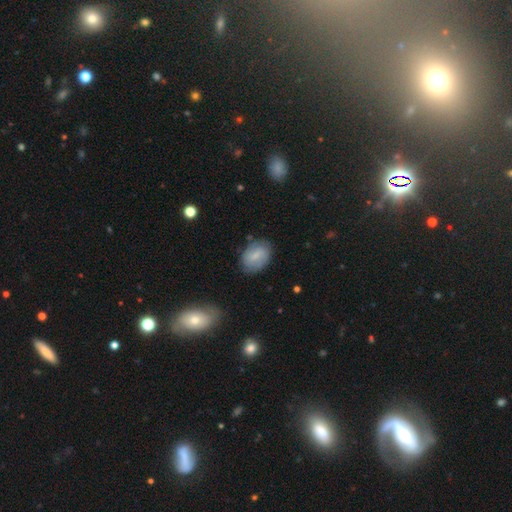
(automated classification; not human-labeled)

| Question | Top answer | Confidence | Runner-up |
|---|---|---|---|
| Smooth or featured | smooth | 59% | featured or disk (34%) |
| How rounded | in between | 79% | round (19%) |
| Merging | none | 77% | minor disturbance (17%) |